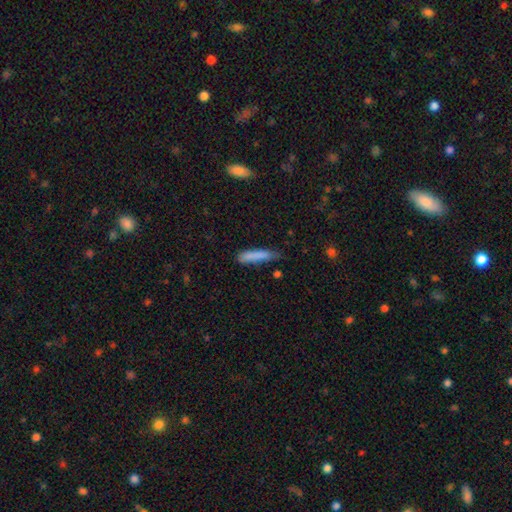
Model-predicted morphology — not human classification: A smooth galaxy with no disk features (82%) that is cigar-shaped (87%). Merging: none (63%).